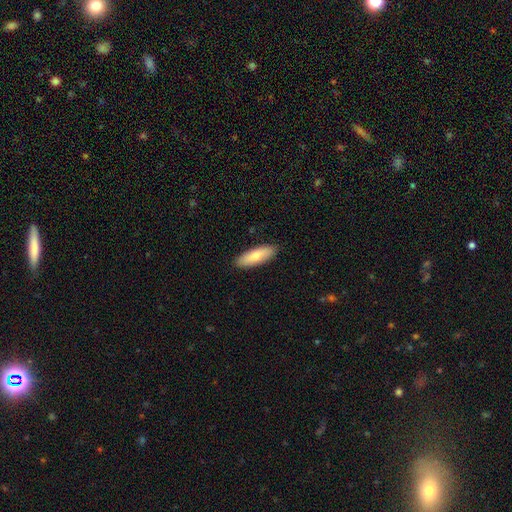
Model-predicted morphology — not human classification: Smooth or featured? Predicted: smooth (p=0.73). How rounded? Predicted: in between (p=0.56). Merging? Predicted: none (p=0.89).